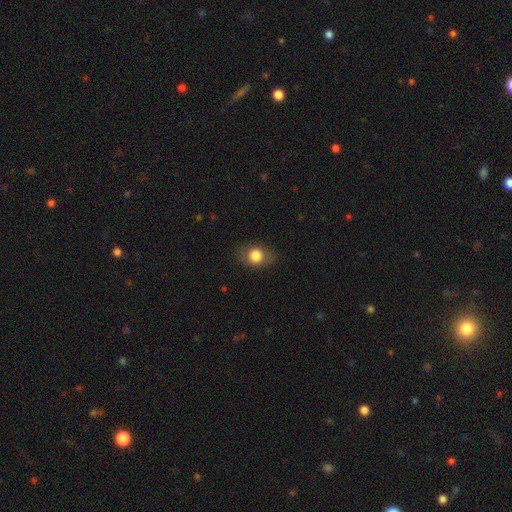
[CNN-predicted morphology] type=smooth (78%); roundness=round (51%); merging=none (79%).